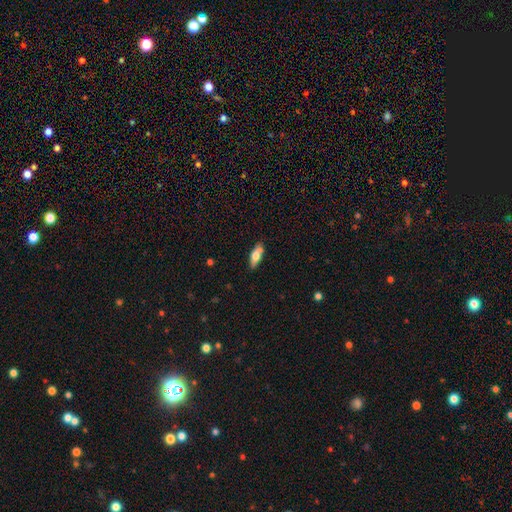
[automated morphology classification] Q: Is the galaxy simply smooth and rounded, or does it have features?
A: smooth — 65%.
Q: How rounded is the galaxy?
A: in between — 66%.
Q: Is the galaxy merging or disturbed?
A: none — 80%.